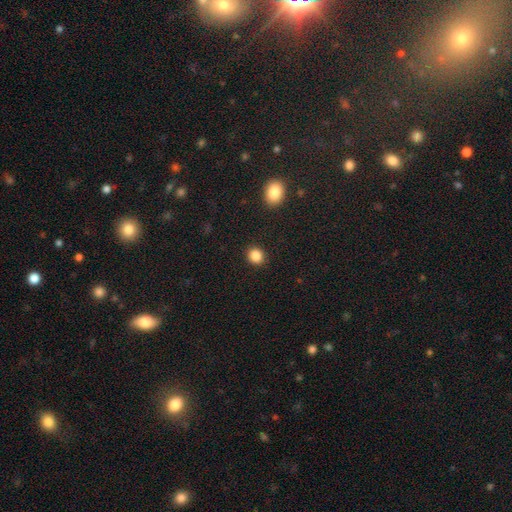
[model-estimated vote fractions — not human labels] Smooth or featured: smooth — 86% (star or artifact — 10%)
How rounded: round — 78% (in between — 21%)
Merging: none — 91% (minor disturbance — 6%)